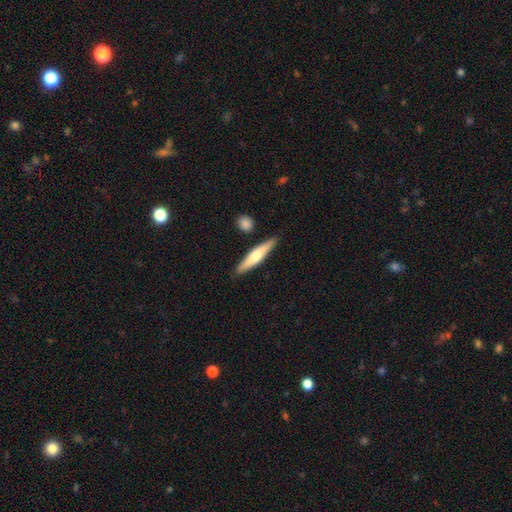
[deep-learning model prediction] This appears to be a smooth galaxy with no disk features (50%). Merging: none (86%).